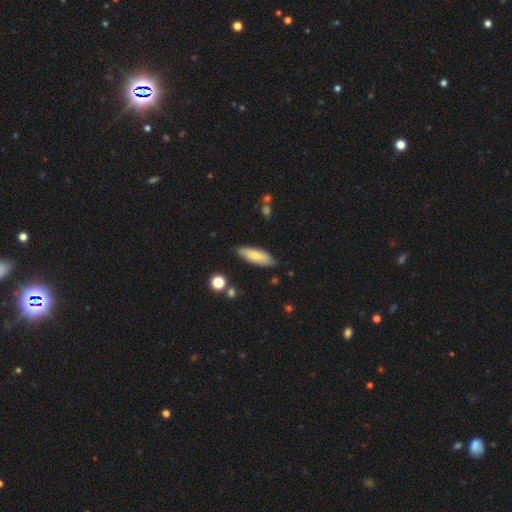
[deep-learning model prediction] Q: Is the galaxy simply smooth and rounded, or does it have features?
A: smooth — 73%.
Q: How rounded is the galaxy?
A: in between — 59%.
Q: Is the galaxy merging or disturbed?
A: none — 82%.